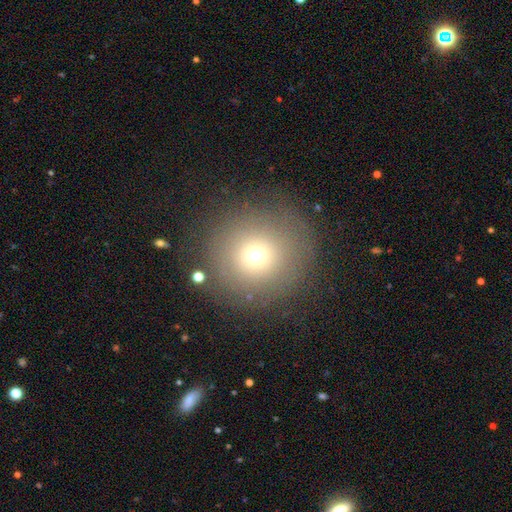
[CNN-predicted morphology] A smooth galaxy with no disk features (68%) that is round (95%).

Vote fractions:
- Smooth or featured? smooth: 68% / star or artifact: 18% / featured or disk: 14%
- How rounded? round: 95% / in between: 4% / cigar-shaped: 1%
- Merging? none: 83% / minor disturbance: 9% / major disturbance: 6% / merger: 2%